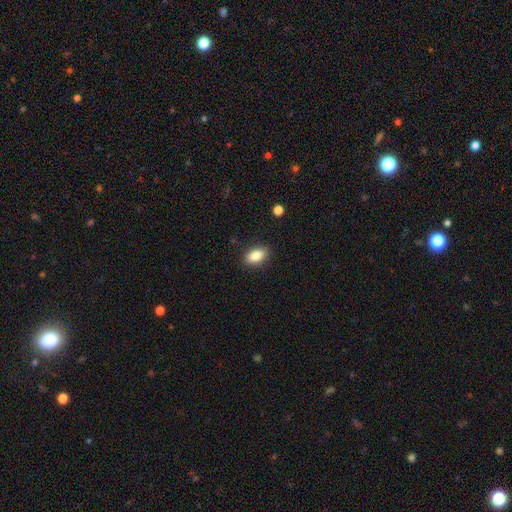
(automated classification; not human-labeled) Morphology: type=smooth (84%); roundness=in between (87%); merging=none (88%).